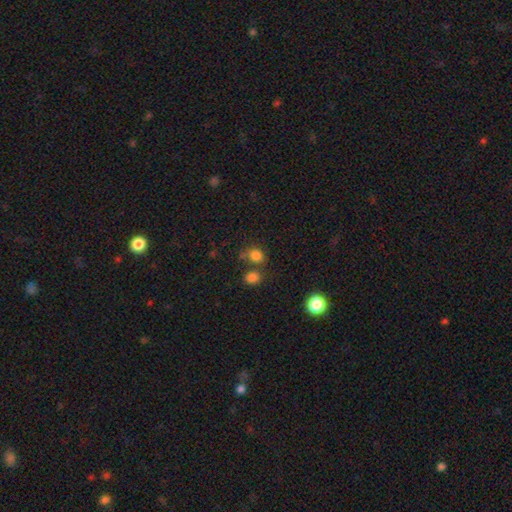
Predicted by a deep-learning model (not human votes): Q: Smooth or featured?
A: smooth (80%); runner-up: star or artifact (14%)
Q: How rounded?
A: round (67%); runner-up: in between (32%)
Q: Merging?
A: none (58%); runner-up: merger (23%)